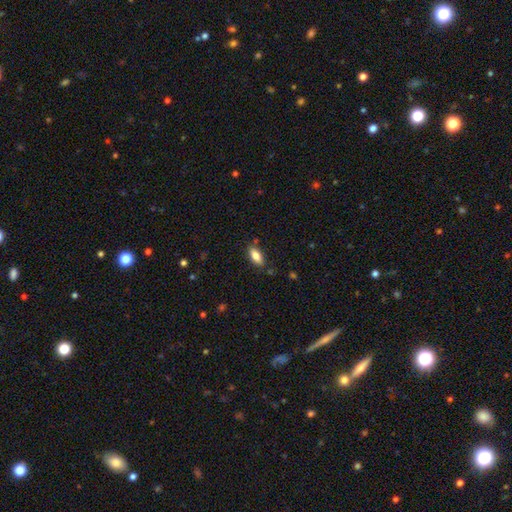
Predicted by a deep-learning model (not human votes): Q: Smooth or featured?
A: smooth (81%); runner-up: featured or disk (12%)
Q: How rounded?
A: in between (84%); runner-up: cigar-shaped (14%)
Q: Merging?
A: none (84%); runner-up: minor disturbance (12%)